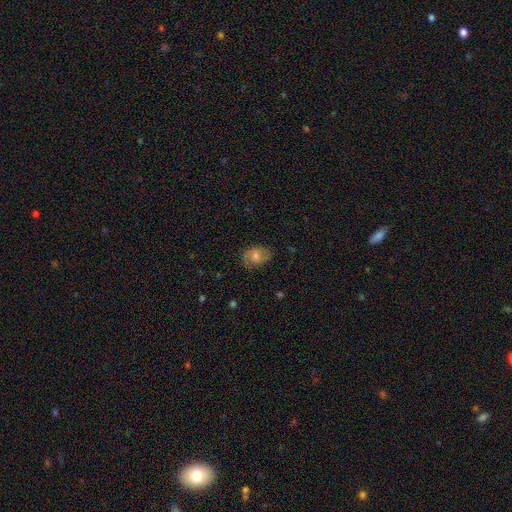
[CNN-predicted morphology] The model was most divided on "smooth or featured": smooth: 48%, featured or disk: 41%, star or artifact: 10%. More confident: merging — none (75%).